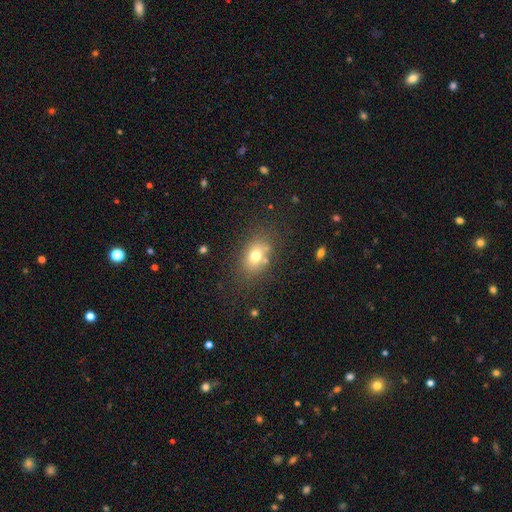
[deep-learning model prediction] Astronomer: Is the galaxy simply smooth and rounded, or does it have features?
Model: smooth — 73%.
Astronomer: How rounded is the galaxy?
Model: in between — 74%.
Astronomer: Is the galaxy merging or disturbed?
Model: none — 71%.